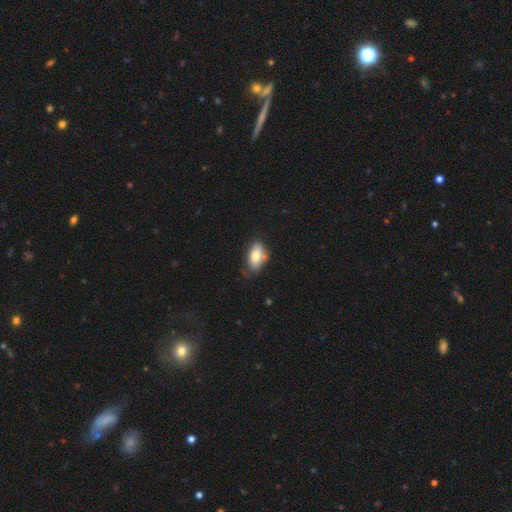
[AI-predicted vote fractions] This appears to be a smooth galaxy with no disk features (76%) that is in between round and cigar-shaped (91%). Merging: none (60%).